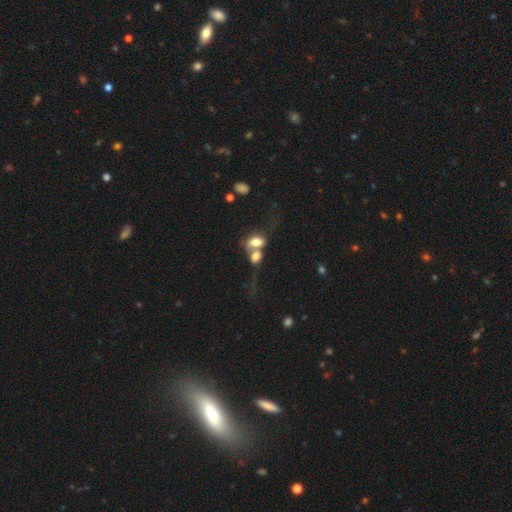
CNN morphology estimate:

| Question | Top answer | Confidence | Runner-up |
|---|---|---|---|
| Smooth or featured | smooth | 65% | featured or disk (25%) |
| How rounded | in between | 74% | round (22%) |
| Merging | merger | 72% | none (12%) |